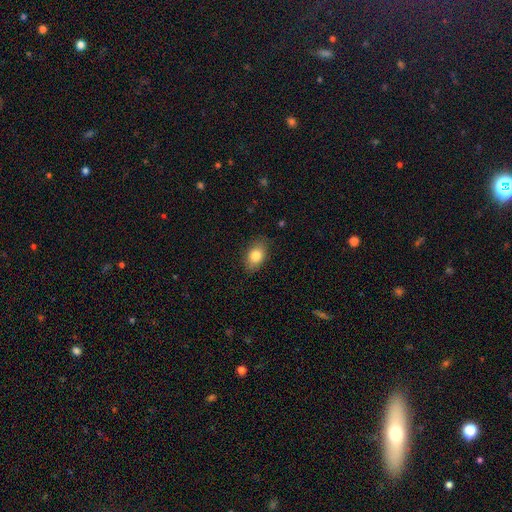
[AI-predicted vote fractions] This is clearly a smooth galaxy (82%). How rounded: clearly in between (84%). Merging: clearly none (84%).